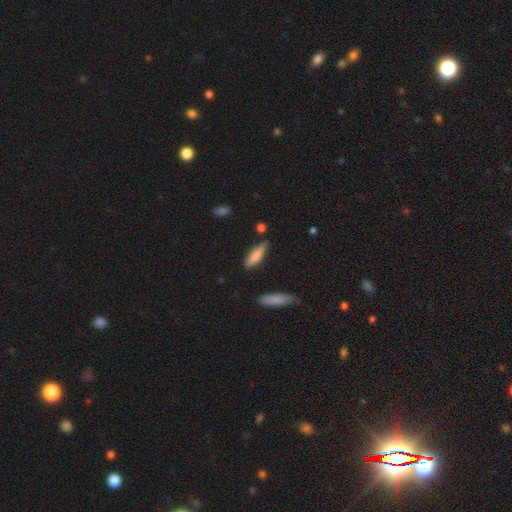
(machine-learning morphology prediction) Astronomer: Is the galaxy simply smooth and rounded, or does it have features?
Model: smooth — 76%.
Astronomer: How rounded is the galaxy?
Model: cigar-shaped — 67%.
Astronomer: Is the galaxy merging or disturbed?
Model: none — 68%.